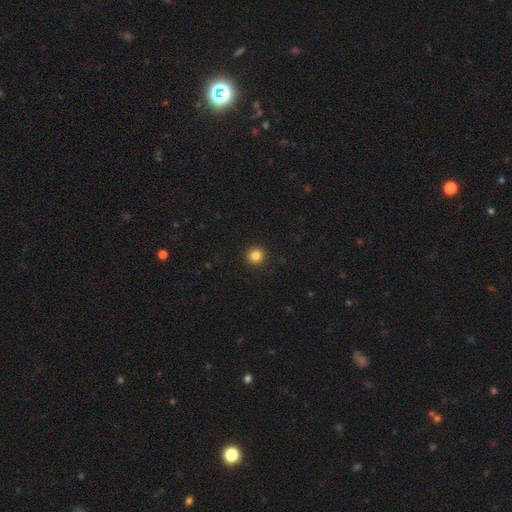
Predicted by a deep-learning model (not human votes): Smooth or featured? smooth (84%)
How rounded? round (95%)
Merging? none (93%)